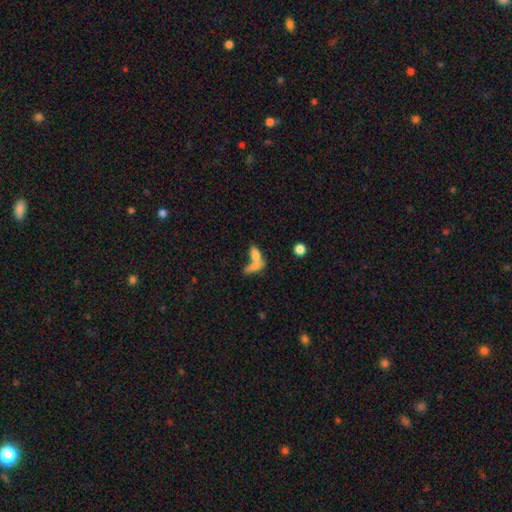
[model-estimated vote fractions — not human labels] smooth-or-featured: smooth: 70% | featured or disk: 20% | star or artifact: 10%
  how-rounded: in between: 72% | cigar-shaped: 20% | round: 8%
  merging: merger: 60% | none: 26% | minor disturbance: 8% | major disturbance: 6%